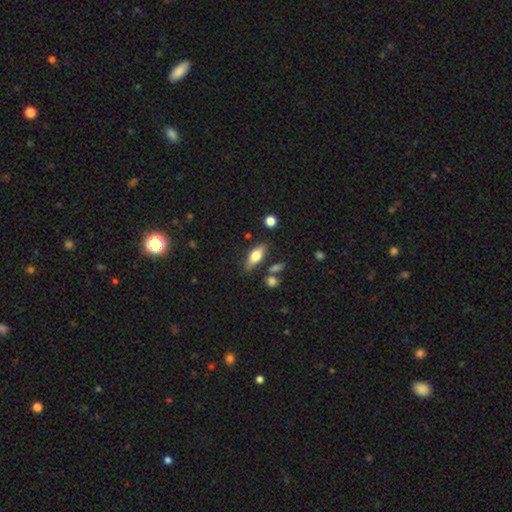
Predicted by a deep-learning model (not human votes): Q: Smooth or featured?
A: smooth (62%); runner-up: featured or disk (31%)
Q: How rounded?
A: in between (71%); runner-up: cigar-shaped (25%)
Q: Merging?
A: none (76%); runner-up: minor disturbance (14%)